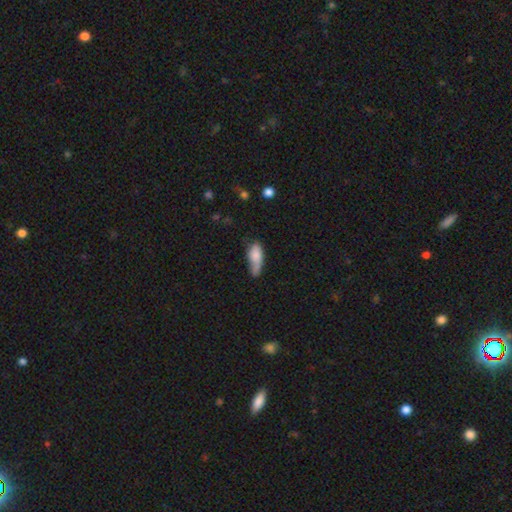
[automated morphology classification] smooth_or_featured: smooth (p=0.76) [alt: featured or disk p=0.16]
how_rounded: in between (p=0.71) [alt: cigar-shaped p=0.26]
merging: none (p=0.37) [alt: minor disturbance p=0.36]